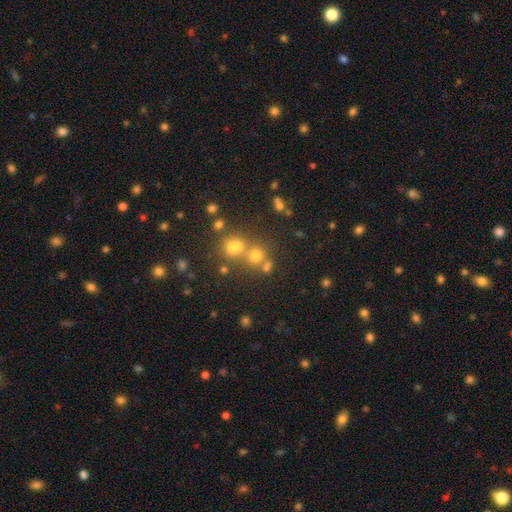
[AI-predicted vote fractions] The model was most divided on "merging": none: 51%, merger: 36%, minor disturbance: 9%, major disturbance: 5%. More confident: how rounded — round (82%); smooth or featured — smooth (66%).